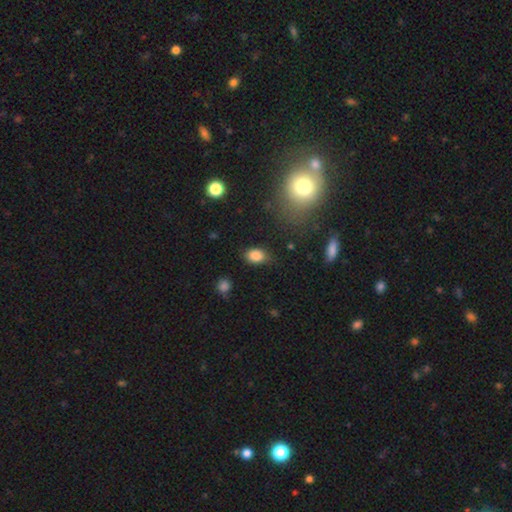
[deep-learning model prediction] A smooth galaxy with no disk features (85%) that is in between round and cigar-shaped (79%). Merging: none (73%).